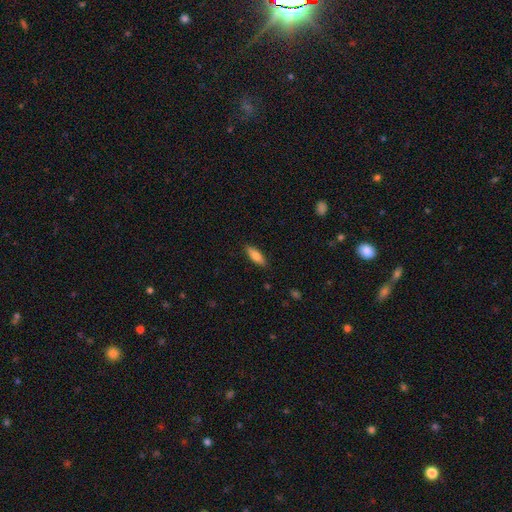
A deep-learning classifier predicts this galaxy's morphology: Smooth or featured?
  - smooth: 77% *
  - featured or disk: 16%
  - star or artifact: 6%
How rounded?
  - in between: 55% *
  - cigar-shaped: 43%
  - round: 2%
Merging?
  - none: 87% *
  - minor disturbance: 9%
  - major disturbance: 2%
  - merger: 1%